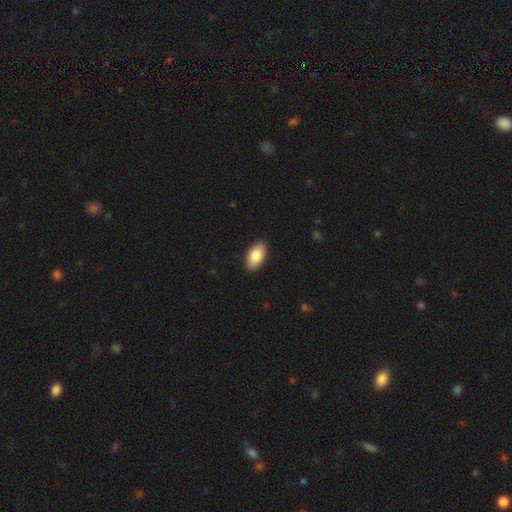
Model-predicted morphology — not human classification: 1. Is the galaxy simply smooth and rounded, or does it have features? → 85% smooth, 9% featured or disk, 6% star or artifact.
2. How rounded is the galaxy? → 95% in between, 3% round, 2% cigar-shaped.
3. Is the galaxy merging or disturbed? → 89% none, 8% minor disturbance, 2% major disturbance, 1% merger.